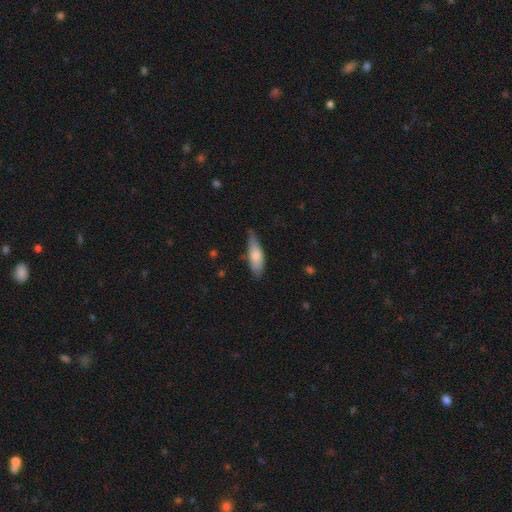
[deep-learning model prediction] The model was most divided on "how rounded": in between: 52%, cigar-shaped: 46%, round: 2%. More confident: smooth or featured — smooth (74%); merging — none (64%).